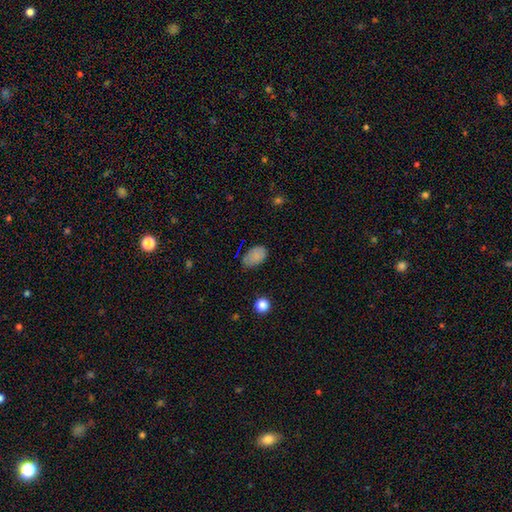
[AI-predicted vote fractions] smooth_or_featured: smooth (p=0.82) [alt: star or artifact p=0.11]
how_rounded: in between (p=0.90) [alt: round p=0.09]
merging: none (p=0.64) [alt: minor disturbance p=0.28]